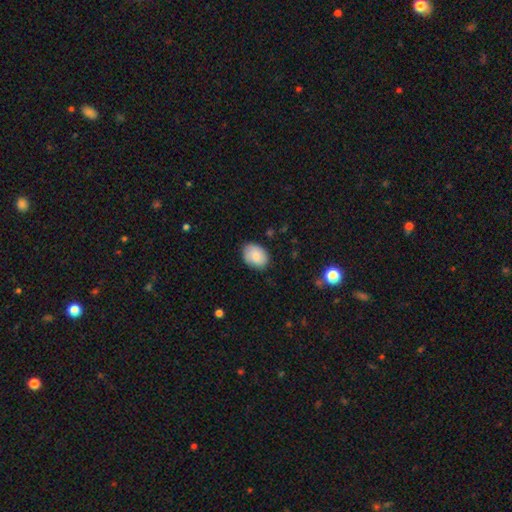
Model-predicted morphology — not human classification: smooth_or_featured: smooth (p=0.82) [alt: featured or disk p=0.11]
how_rounded: in between (p=0.73) [alt: round p=0.26]
merging: none (p=0.80) [alt: minor disturbance p=0.16]